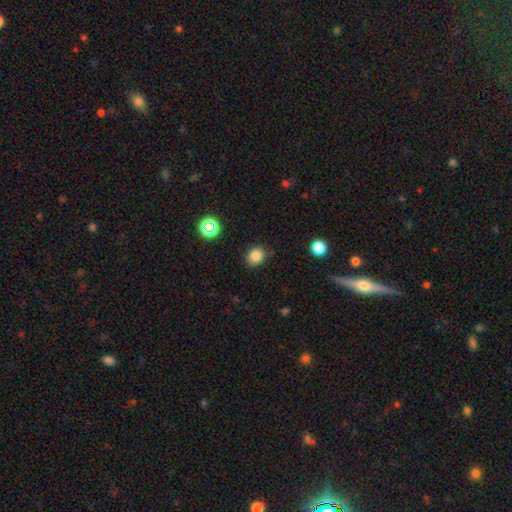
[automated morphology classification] The model was most divided on "how rounded": round: 64%, in between: 36%, cigar-shaped: 1%. More confident: merging — none (83%); smooth or featured — smooth (83%).